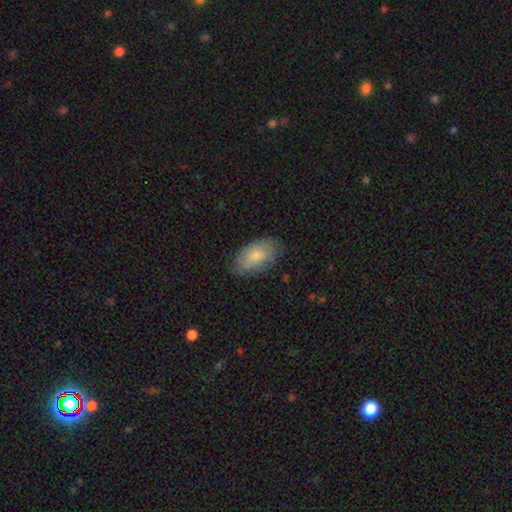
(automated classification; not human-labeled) A smooth galaxy with no disk features (77%) that is in between round and cigar-shaped (94%). Merging: none (75%).